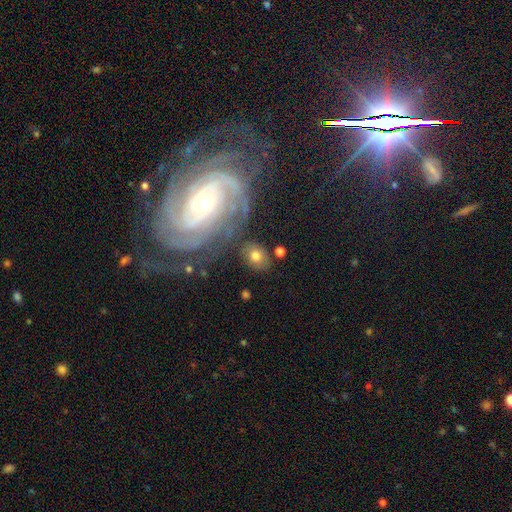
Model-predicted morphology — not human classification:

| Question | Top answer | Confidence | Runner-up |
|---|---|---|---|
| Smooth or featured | smooth | 67% | featured or disk (24%) |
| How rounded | in between | 52% | round (46%) |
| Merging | none | 75% | minor disturbance (13%) |